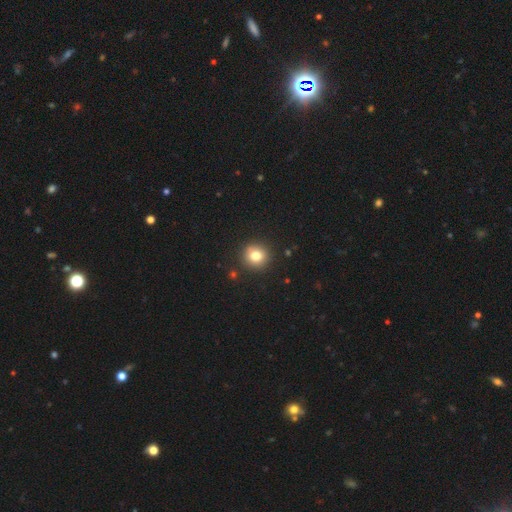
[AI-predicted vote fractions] smooth-or-featured: smooth: 79% | star or artifact: 12% | featured or disk: 9%
  how-rounded: round: 91% | in between: 8% | cigar-shaped: 1%
  merging: none: 89% | minor disturbance: 7% | major disturbance: 2% | merger: 2%